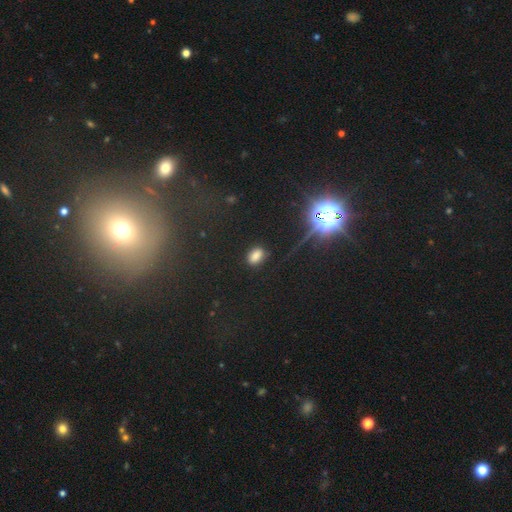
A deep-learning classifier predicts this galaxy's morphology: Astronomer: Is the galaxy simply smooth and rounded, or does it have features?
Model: smooth — 76%.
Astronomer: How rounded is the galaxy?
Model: in between — 84%.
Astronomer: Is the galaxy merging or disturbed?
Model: none — 83%.